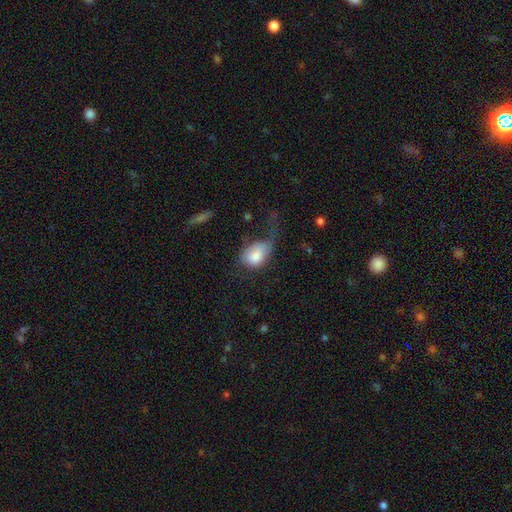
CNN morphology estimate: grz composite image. It shows a smooth galaxy with no disk features (76%) that is in between round and cigar-shaped (78%). Merging: major disturbance (46%).